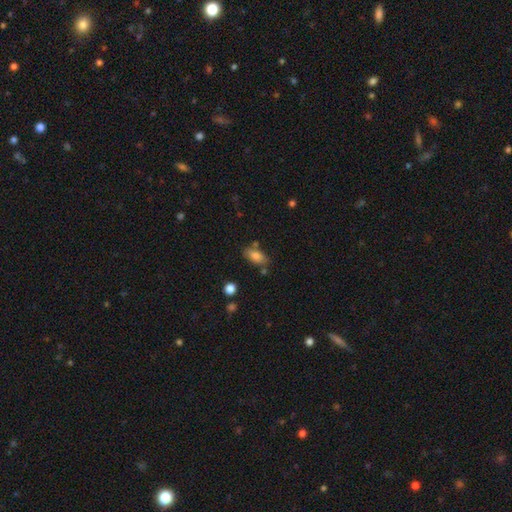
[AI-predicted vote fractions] Smooth or featured? Predicted: smooth (p=0.81). How rounded? Predicted: in between (p=0.88). Merging? Predicted: none (p=0.71).